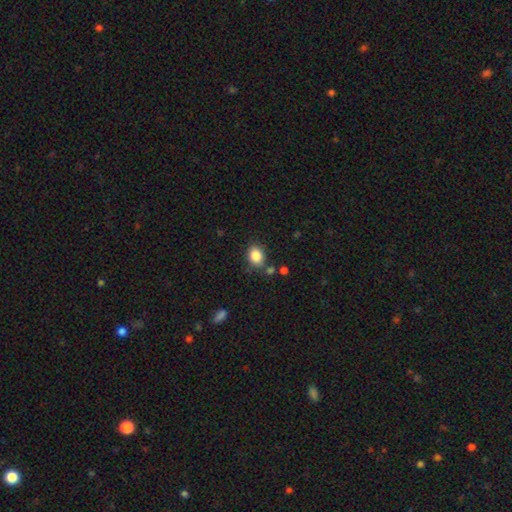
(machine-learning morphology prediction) smooth-or-featured: smooth: 85% | star or artifact: 10% | featured or disk: 5%
  how-rounded: in between: 60% | round: 39% | cigar-shaped: 1%
  merging: none: 75% | minor disturbance: 14% | merger: 7% | major disturbance: 4%